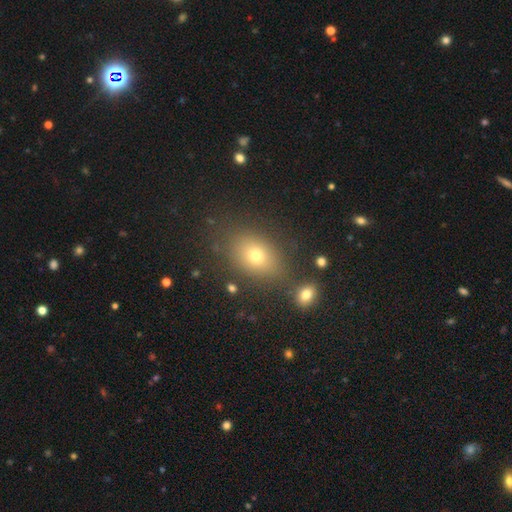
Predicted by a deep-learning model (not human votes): A smooth galaxy with no disk features (73%) that is in between round and cigar-shaped (71%). Merging: none (77%).